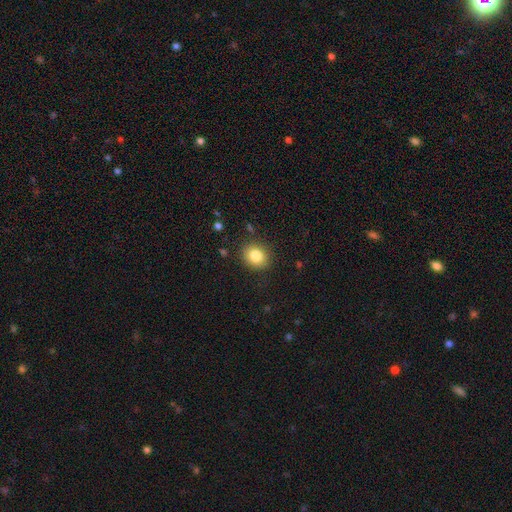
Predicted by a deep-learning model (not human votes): The model was most divided on "how rounded": round: 64%, in between: 35%, cigar-shaped: 1%. More confident: merging — none (87%); smooth or featured — smooth (83%).